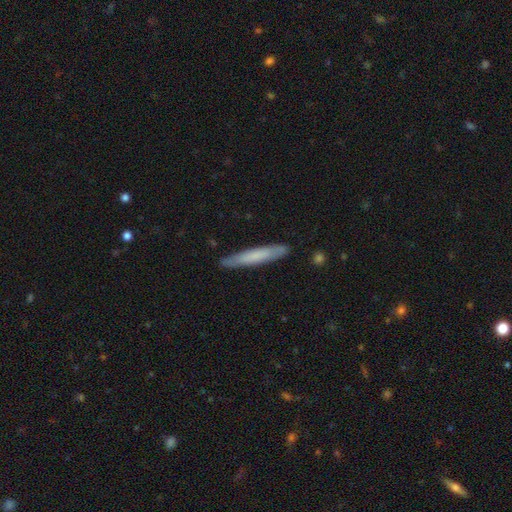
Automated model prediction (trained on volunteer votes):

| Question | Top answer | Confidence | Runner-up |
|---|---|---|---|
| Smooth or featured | smooth | 64% | featured or disk (30%) |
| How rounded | cigar-shaped | 94% | in between (5%) |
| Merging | none | 86% | minor disturbance (11%) |